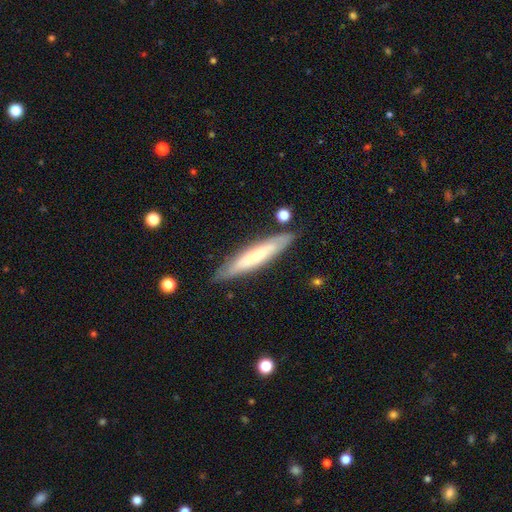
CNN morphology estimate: smooth 50%, featured or disk 44%, star or artifact 6%. Down the decision tree: how rounded — cigar-shaped (88%); merging — none (83%).